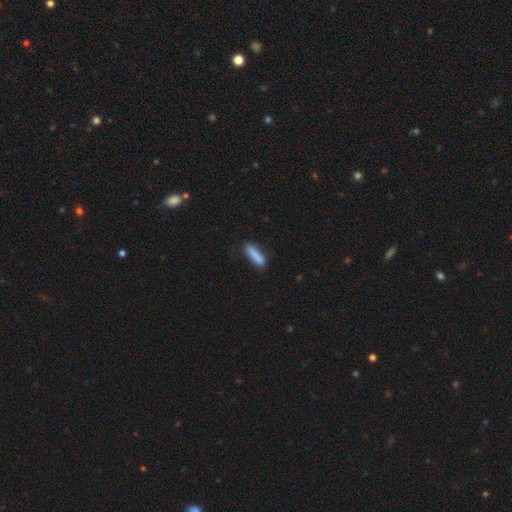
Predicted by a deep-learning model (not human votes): smooth-or-featured: smooth: 85% | featured or disk: 8% | star or artifact: 7%
  how-rounded: cigar-shaped: 75% | in between: 23% | round: 2%
  merging: none: 78% | minor disturbance: 17% | major disturbance: 3% | merger: 2%